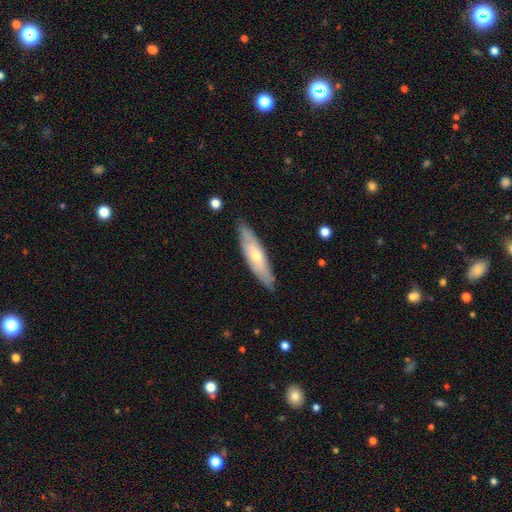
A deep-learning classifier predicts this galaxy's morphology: smooth_or_featured: featured or disk (p=0.48) [alt: smooth p=0.46]
merging: none (p=0.85) [alt: minor disturbance p=0.12]